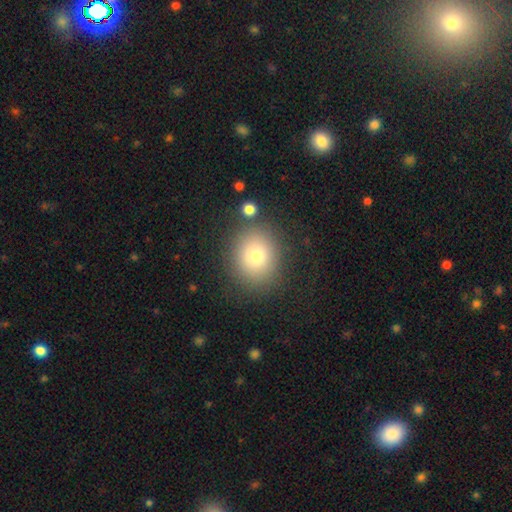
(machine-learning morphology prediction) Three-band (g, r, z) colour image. It shows a smooth galaxy with no disk features (77%) that is round (73%). Merging: none (82%).